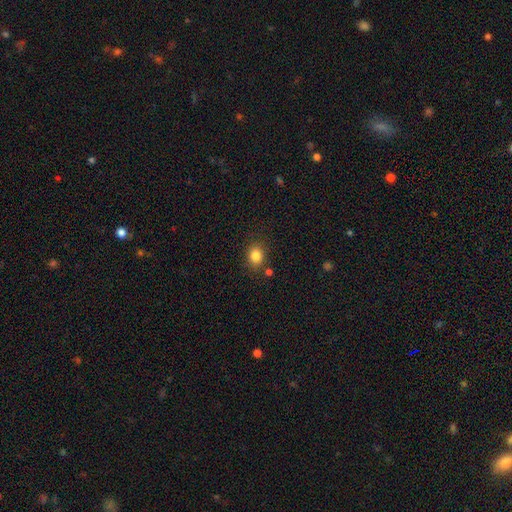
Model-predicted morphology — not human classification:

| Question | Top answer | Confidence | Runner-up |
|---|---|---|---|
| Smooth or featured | smooth | 84% | star or artifact (11%) |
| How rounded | round | 55% | in between (44%) |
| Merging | none | 81% | minor disturbance (11%) |